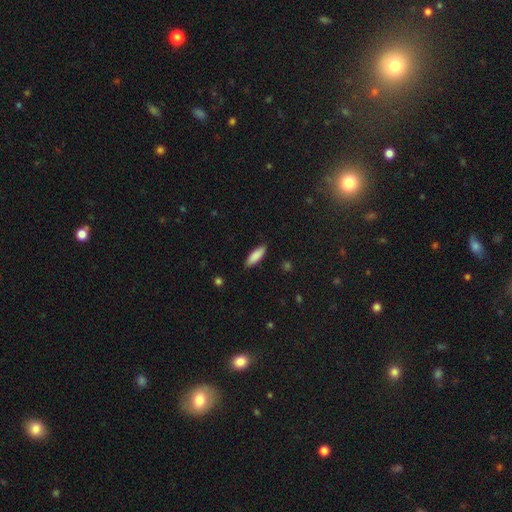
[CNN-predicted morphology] Smooth or featured? smooth (88%)
How rounded? in between (59%)
Merging? none (87%)